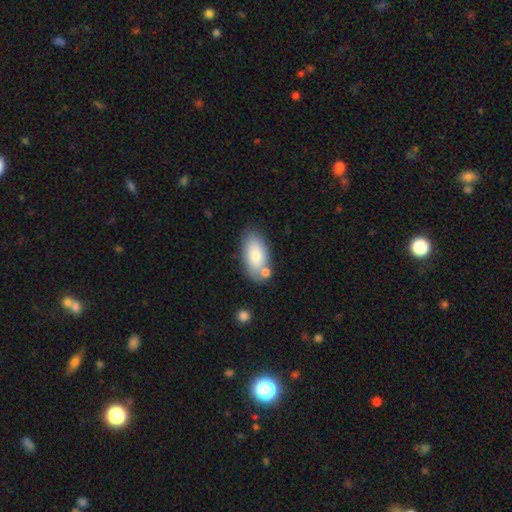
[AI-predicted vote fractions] This appears to be a smooth galaxy with no disk features (79%) that is in between round and cigar-shaped (93%). Merging: none (65%).